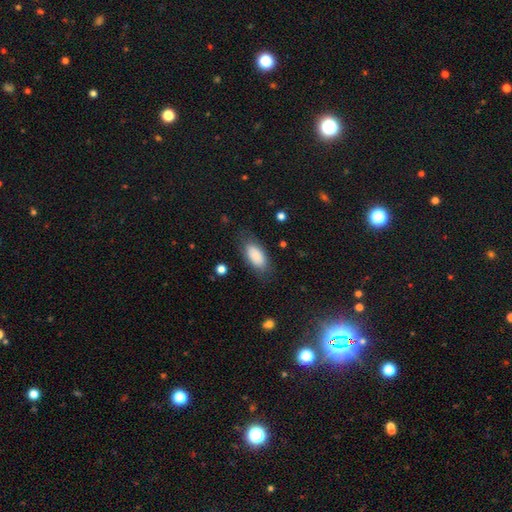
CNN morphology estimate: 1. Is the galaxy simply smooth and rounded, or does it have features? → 86% smooth, 7% featured or disk, 7% star or artifact.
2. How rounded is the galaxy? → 90% in between, 7% cigar-shaped, 3% round.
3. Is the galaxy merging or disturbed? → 76% none, 16% minor disturbance, 6% major disturbance, 2% merger.